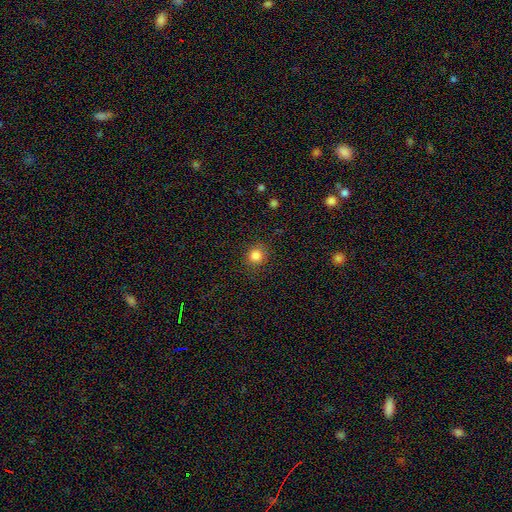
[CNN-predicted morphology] type=smooth (84%); roundness=round (87%); merging=none (87%).